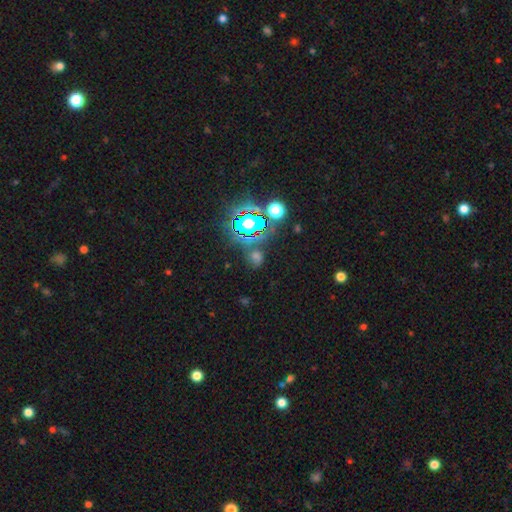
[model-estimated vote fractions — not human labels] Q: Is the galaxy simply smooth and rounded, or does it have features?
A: star or artifact — 55%.